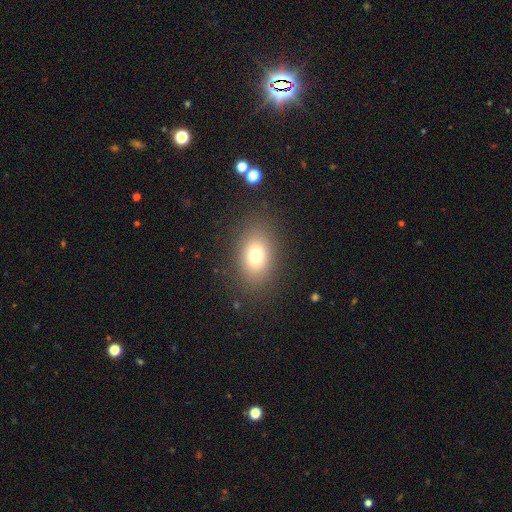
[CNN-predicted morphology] Smooth or featured?
  - smooth: 74% *
  - star or artifact: 14%
  - featured or disk: 12%
How rounded?
  - in between: 71% *
  - round: 27%
  - cigar-shaped: 1%
Merging?
  - none: 85% *
  - minor disturbance: 9%
  - major disturbance: 5%
  - merger: 1%